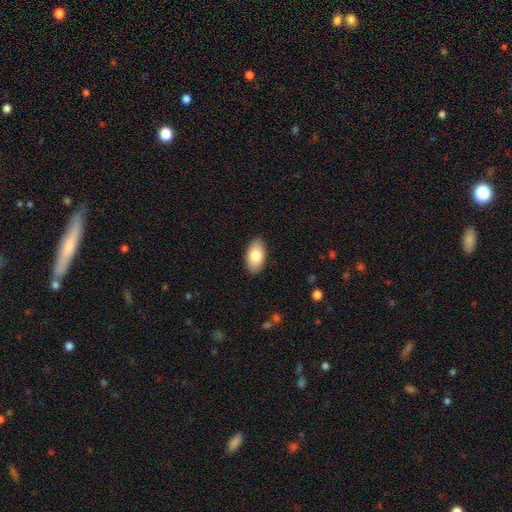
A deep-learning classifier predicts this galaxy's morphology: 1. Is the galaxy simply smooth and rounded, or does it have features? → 83% smooth, 11% featured or disk, 6% star or artifact.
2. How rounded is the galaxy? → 94% in between, 3% round, 2% cigar-shaped.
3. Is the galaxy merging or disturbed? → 88% none, 9% minor disturbance, 2% major disturbance, 1% merger.